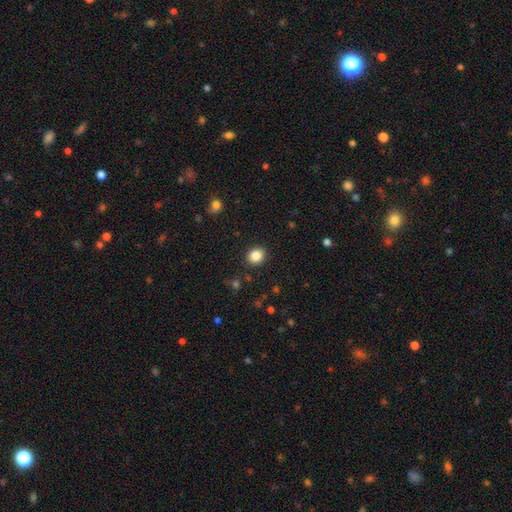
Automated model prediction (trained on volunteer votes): A smooth galaxy with no disk features (86%) that is round (66%).

Vote fractions:
- Smooth or featured? smooth: 86% / star or artifact: 10% / featured or disk: 4%
- How rounded? round: 66% / in between: 33% / cigar-shaped: 1%
- Merging? none: 90% / minor disturbance: 7% / major disturbance: 2% / merger: 1%